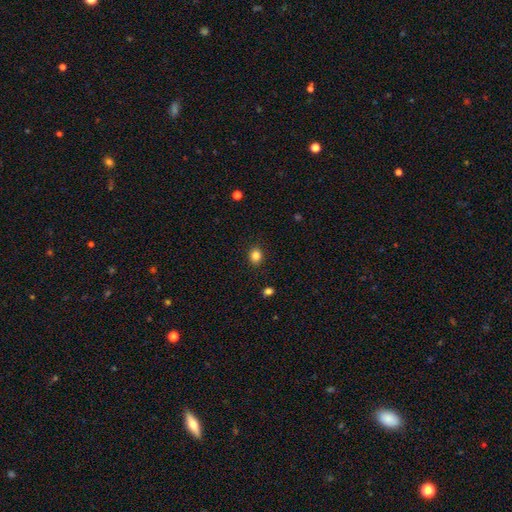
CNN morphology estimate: Q: Smooth or featured?
A: smooth (85%); runner-up: star or artifact (11%)
Q: How rounded?
A: round (65%); runner-up: in between (34%)
Q: Merging?
A: none (90%); runner-up: minor disturbance (7%)